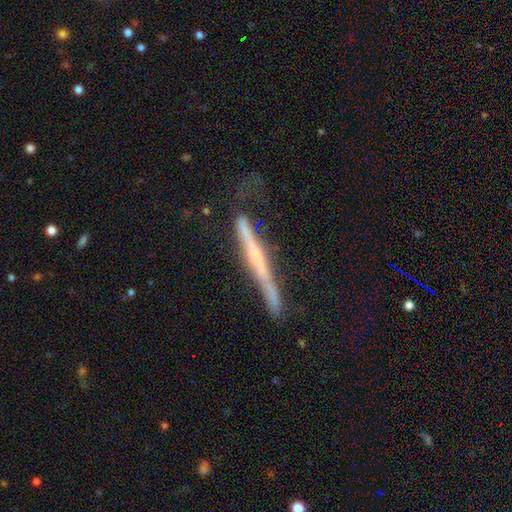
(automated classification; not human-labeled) A featured or disk galaxy (67%) viewed edge-on (94%) with no central bulge (56%). Merging: none (59%).